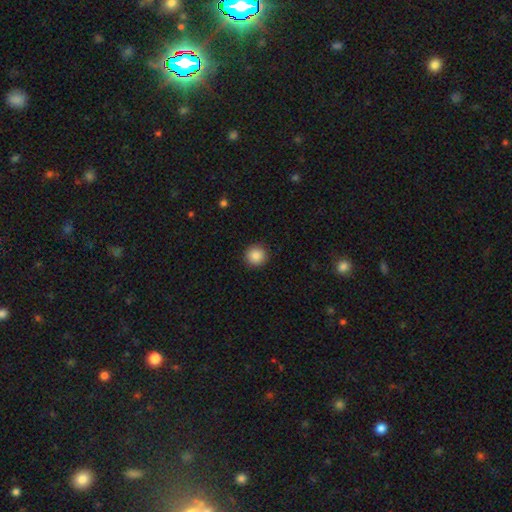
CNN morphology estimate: A smooth galaxy with no disk features (88%) that is round (95%). Merging: none (92%).